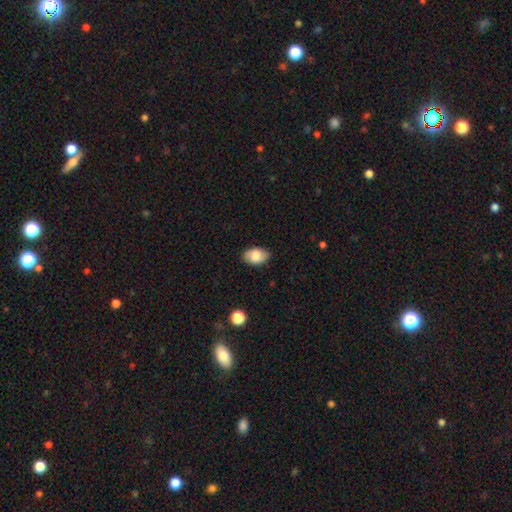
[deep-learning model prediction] Smooth or featured: smooth — 73% (featured or disk — 19%)
How rounded: in between — 86% (round — 12%)
Merging: none — 83% (minor disturbance — 13%)